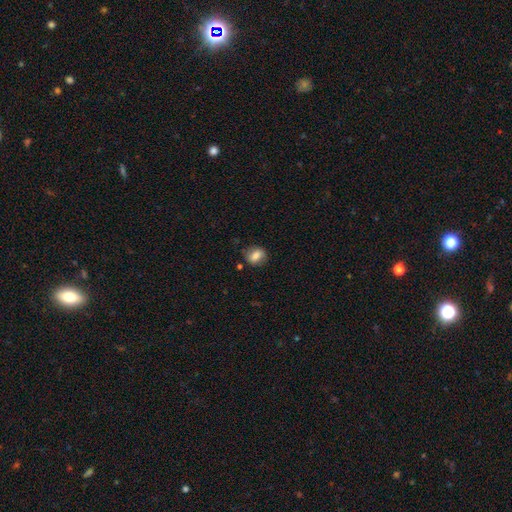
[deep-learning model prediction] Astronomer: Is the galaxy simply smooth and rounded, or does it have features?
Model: smooth — 77%.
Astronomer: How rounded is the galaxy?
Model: in between — 52% (runner-up: round, 46%).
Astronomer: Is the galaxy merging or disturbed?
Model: none — 76%.